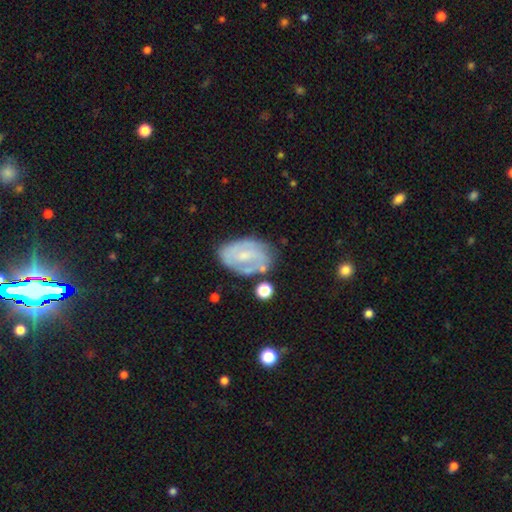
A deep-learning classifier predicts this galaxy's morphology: This is possibly a featured or disk galaxy (59%). It is clearly not viewed edge-on (96%). Bar: possibly no (54%). Spiral arm pattern: likely yes (60%). Central bulge: possibly small (53%). Merging: possibly none (56%).